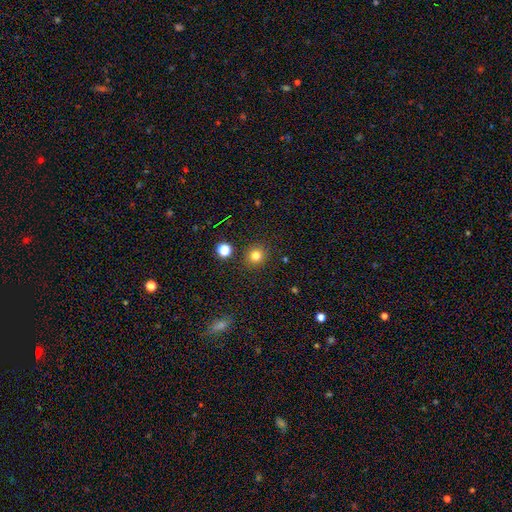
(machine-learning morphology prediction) smooth_or_featured: smooth (p=0.79) [alt: star or artifact p=0.15]
how_rounded: round (p=0.90) [alt: in between p=0.09]
merging: none (p=0.89) [alt: minor disturbance p=0.06]